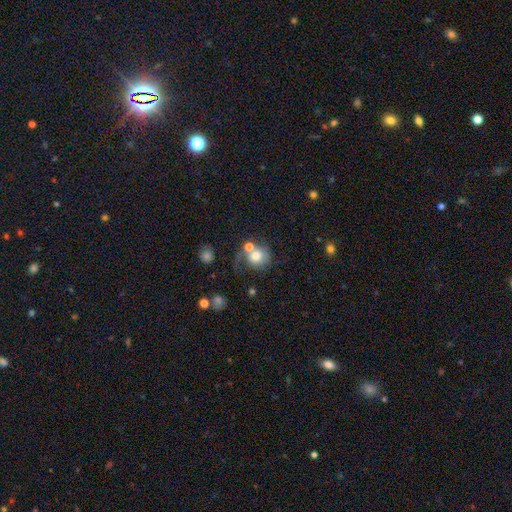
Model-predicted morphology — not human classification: Overall: smooth (64%; featured or disk 26%). How rounded: round (79%). Merging: merger (34%; none 31%).